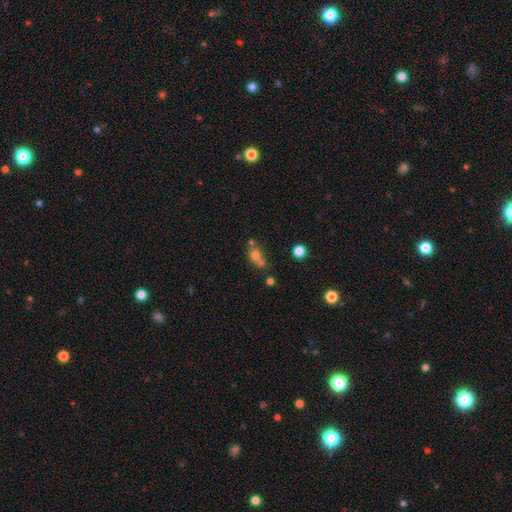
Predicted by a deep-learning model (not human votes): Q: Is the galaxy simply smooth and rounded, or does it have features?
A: smooth — 70%.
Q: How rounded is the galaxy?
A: round — 55%.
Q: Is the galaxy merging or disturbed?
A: merger — 41%.